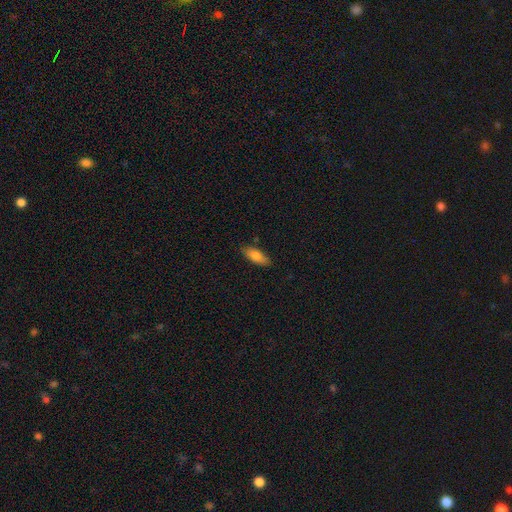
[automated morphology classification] Smooth or featured?
  - smooth: 80% *
  - featured or disk: 14%
  - star or artifact: 6%
How rounded?
  - in between: 72% *
  - cigar-shaped: 26%
  - round: 2%
Merging?
  - none: 84% *
  - minor disturbance: 13%
  - major disturbance: 2%
  - merger: 1%